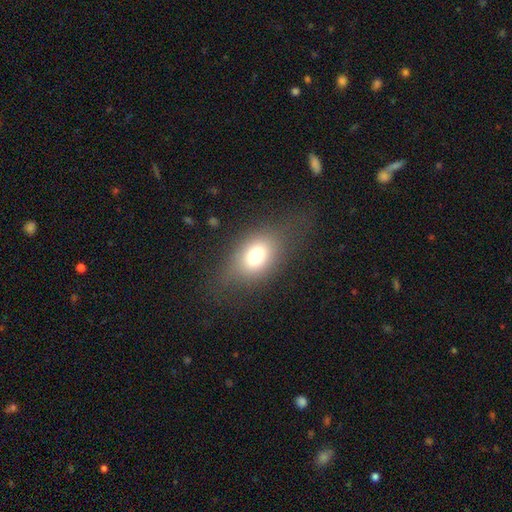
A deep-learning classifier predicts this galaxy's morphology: Smooth or featured?
  - smooth: 71% *
  - featured or disk: 16%
  - star or artifact: 12%
How rounded?
  - in between: 73% *
  - round: 25%
  - cigar-shaped: 2%
Merging?
  - none: 69% *
  - minor disturbance: 17%
  - major disturbance: 13%
  - merger: 1%